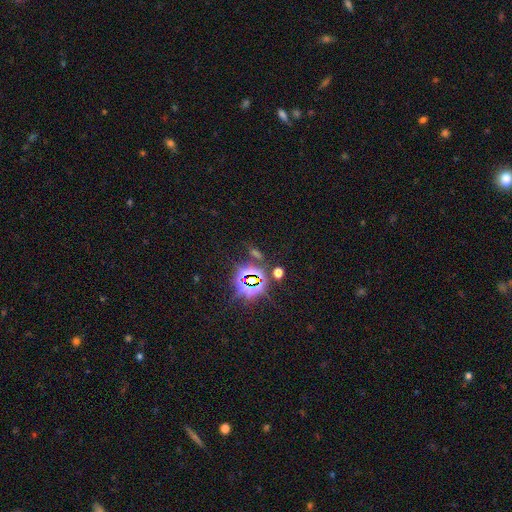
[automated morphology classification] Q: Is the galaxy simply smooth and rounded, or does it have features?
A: star or artifact — 81%.